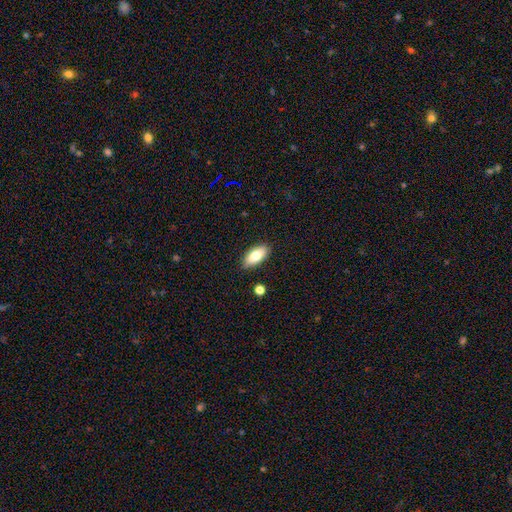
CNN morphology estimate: Smooth or featured: smooth — 78% (featured or disk — 15%)
How rounded: in between — 88% (cigar-shaped — 9%)
Merging: none — 86% (minor disturbance — 10%)